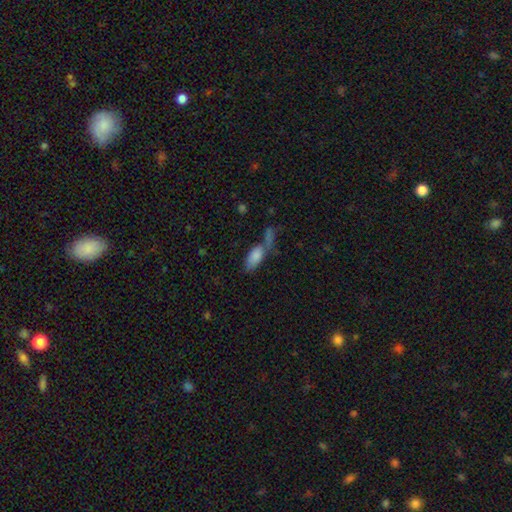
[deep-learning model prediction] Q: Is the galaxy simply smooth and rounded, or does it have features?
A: smooth — 82%.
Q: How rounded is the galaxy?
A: in between — 85%.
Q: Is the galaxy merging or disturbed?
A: merger — 41%.